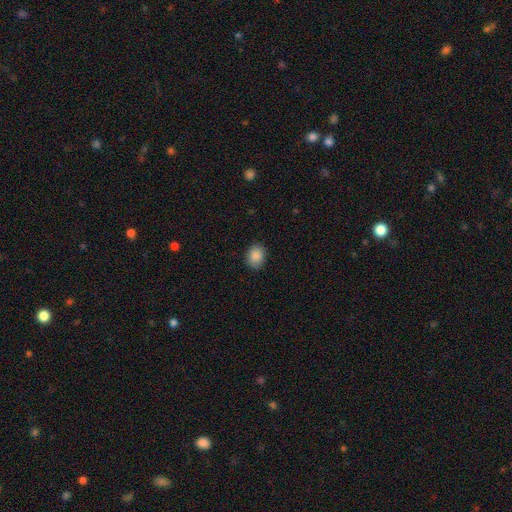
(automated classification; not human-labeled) Smooth or featured? Predicted: smooth (p=0.88). How rounded? Predicted: in between (p=0.52). Merging? Predicted: none (p=0.87).